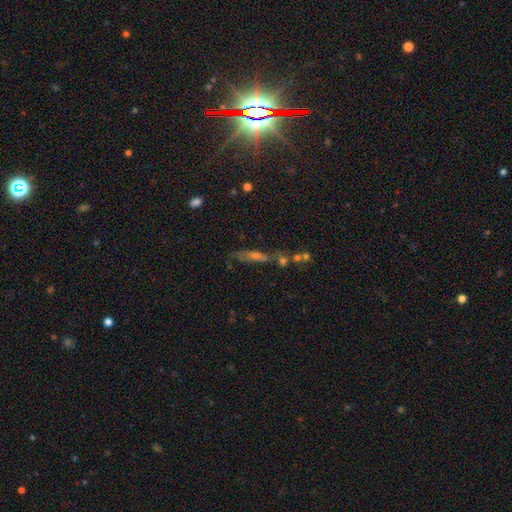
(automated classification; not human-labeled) Morphology: type=featured or disk (36%, tied with smooth); merging=none (49%).